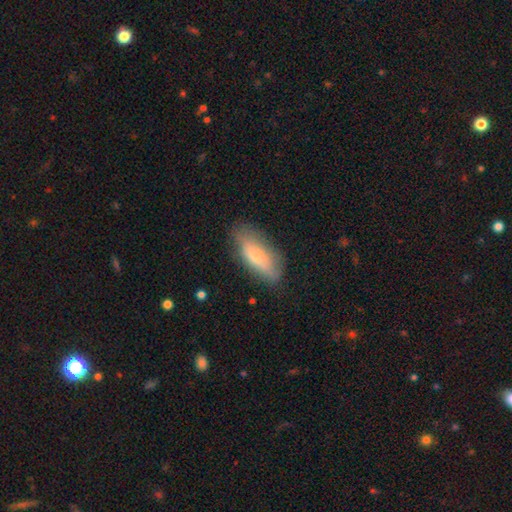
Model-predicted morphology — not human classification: Q: Smooth or featured?
A: smooth (70%); runner-up: featured or disk (24%)
Q: How rounded?
A: in between (70%); runner-up: cigar-shaped (28%)
Q: Merging?
A: none (74%); runner-up: minor disturbance (20%)